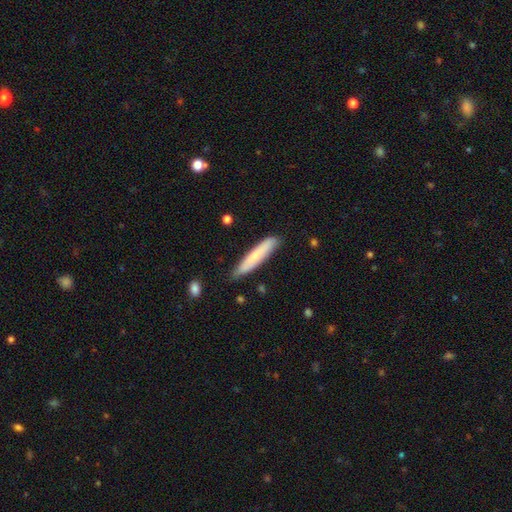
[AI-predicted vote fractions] Overall: smooth (70%). How rounded: cigar-shaped (88%). Merging: none (81%).